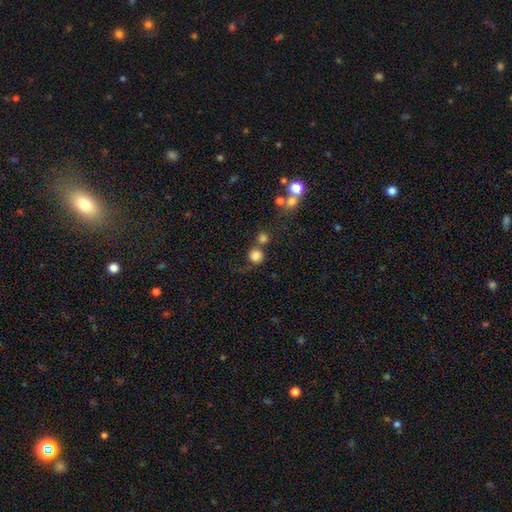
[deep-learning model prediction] Smooth or featured? Predicted: smooth (p=0.81). How rounded? Predicted: round (p=0.92). Merging? Predicted: none (p=0.59).